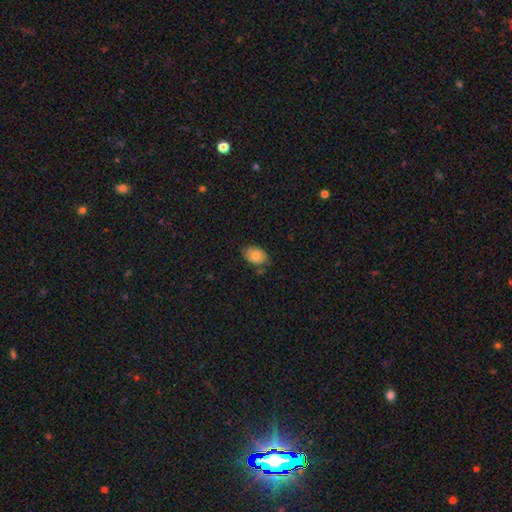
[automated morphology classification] This is likely a smooth galaxy (79%). How rounded: clearly in between (82%). Merging: likely none (72%).